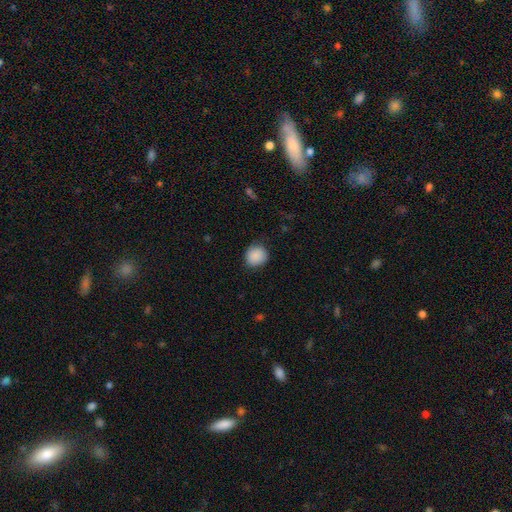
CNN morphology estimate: smooth_or_featured: smooth (p=0.89) [alt: star or artifact p=0.08]
how_rounded: round (p=0.85) [alt: in between p=0.14]
merging: none (p=0.83) [alt: minor disturbance p=0.13]